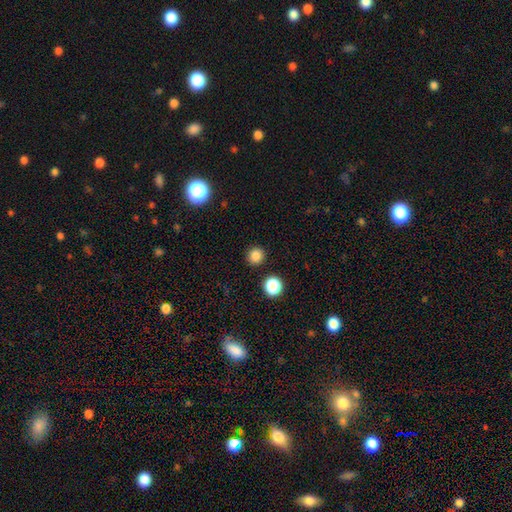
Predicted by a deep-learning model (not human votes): A smooth galaxy with no disk features (83%) that is round (94%). Merging: none (91%).